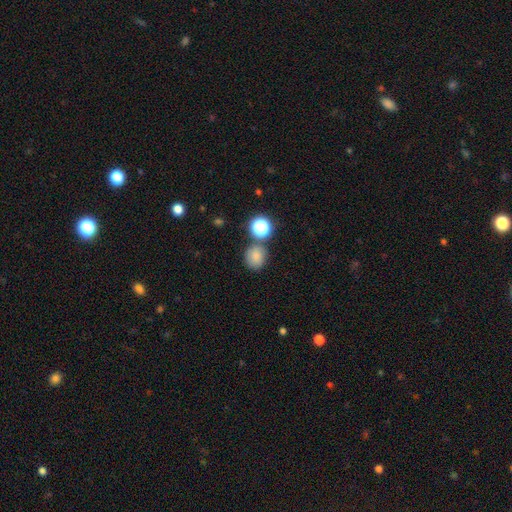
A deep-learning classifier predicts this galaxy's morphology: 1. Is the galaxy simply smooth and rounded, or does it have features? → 79% smooth, 15% star or artifact, 6% featured or disk.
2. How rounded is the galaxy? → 73% round, 26% in between, 1% cigar-shaped.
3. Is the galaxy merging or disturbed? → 71% none, 13% minor disturbance, 13% merger, 4% major disturbance.